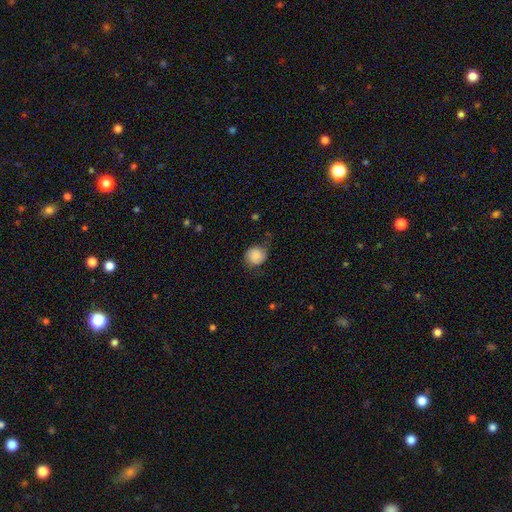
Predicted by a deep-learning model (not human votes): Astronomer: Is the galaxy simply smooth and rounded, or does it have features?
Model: smooth — 79%.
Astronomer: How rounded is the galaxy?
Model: round — 80%.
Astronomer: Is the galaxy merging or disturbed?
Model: none — 59%.